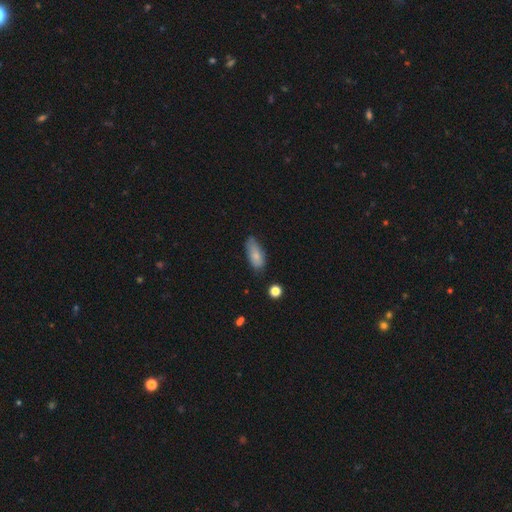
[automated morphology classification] smooth-or-featured: smooth: 79% | featured or disk: 14% | star or artifact: 7%
  how-rounded: in between: 83% | cigar-shaped: 14% | round: 3%
  merging: none: 62% | minor disturbance: 30% | major disturbance: 6% | merger: 2%